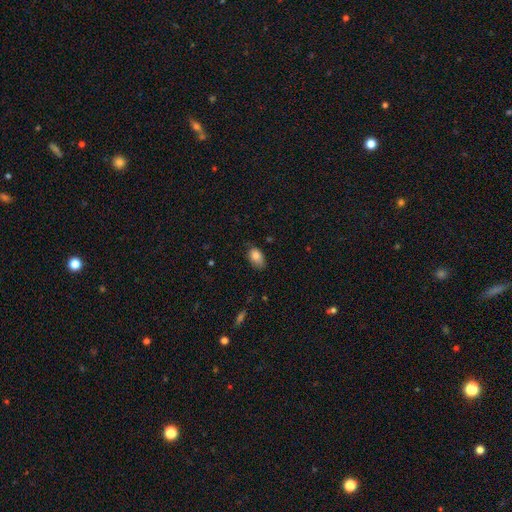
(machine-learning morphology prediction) Smooth or featured: smooth — 84% (star or artifact — 8%)
How rounded: in between — 89% (round — 9%)
Merging: none — 64% (minor disturbance — 29%)